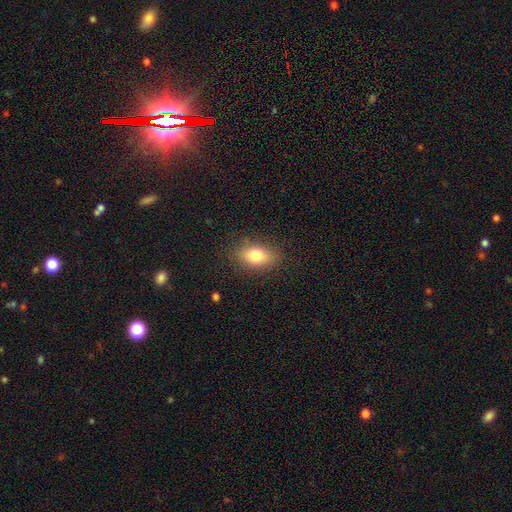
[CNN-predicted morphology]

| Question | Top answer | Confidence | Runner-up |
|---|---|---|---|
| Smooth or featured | smooth | 77% | featured or disk (13%) |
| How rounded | in between | 81% | round (15%) |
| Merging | none | 84% | minor disturbance (12%) |